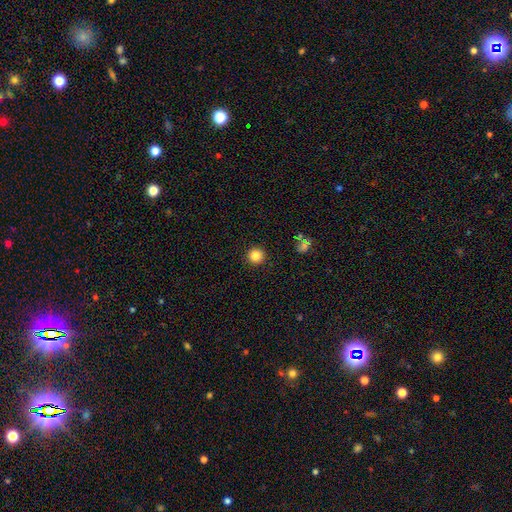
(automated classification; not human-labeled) A smooth galaxy with no disk features (84%) that is round (95%).

Vote fractions:
- Smooth or featured? smooth: 84% / star or artifact: 11% / featured or disk: 5%
- How rounded? round: 95% / in between: 4% / cigar-shaped: 1%
- Merging? none: 92% / minor disturbance: 5% / major disturbance: 2% / merger: 1%